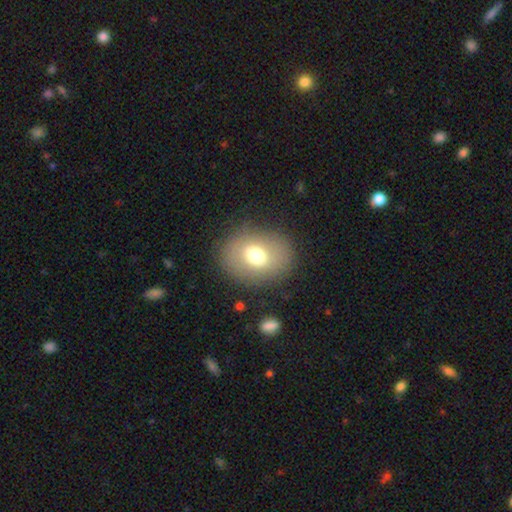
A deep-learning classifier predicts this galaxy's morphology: Smooth or featured? Predicted: smooth (p=0.68). How rounded? Predicted: in between (p=0.50). Merging? Predicted: none (p=0.83).